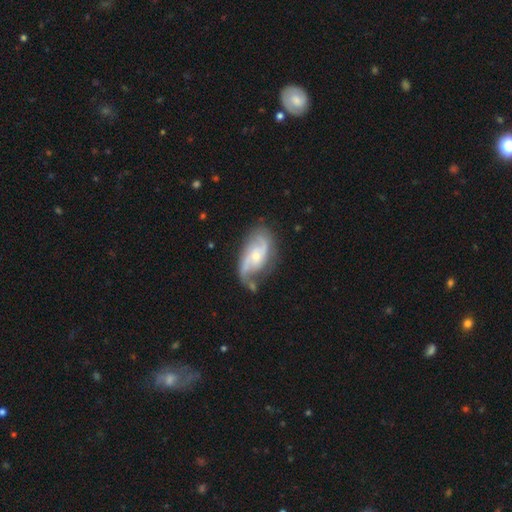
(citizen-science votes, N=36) Smooth or featured: featured or disk — 86% (smooth — 8%)
Edge-on disk: no — 90% (yes — 10%)
Bar: no — 61% (weak — 36%)
Spiral arms: yes — 100%
Spiral winding: loose — 54% (medium — 32%)
Spiral arm count: 2 — 89% (1 — 4%)
Bulge size: small — 68% (moderate — 29%)
Merging: none — 47% (minor disturbance — 29%)